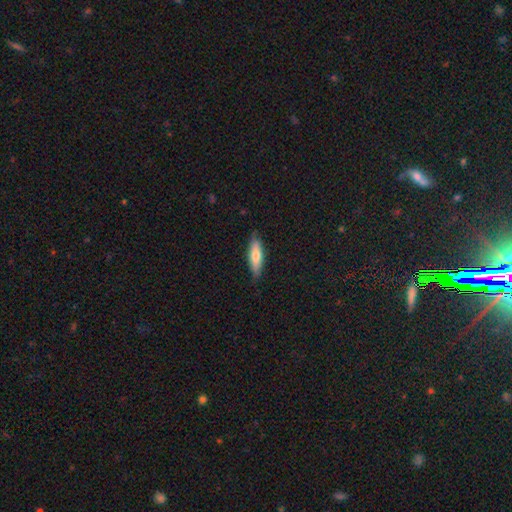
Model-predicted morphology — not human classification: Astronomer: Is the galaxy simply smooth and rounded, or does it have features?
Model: smooth — 67%.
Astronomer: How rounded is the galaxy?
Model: cigar-shaped — 59% (runner-up: in between, 39%).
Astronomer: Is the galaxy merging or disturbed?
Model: none — 83%.